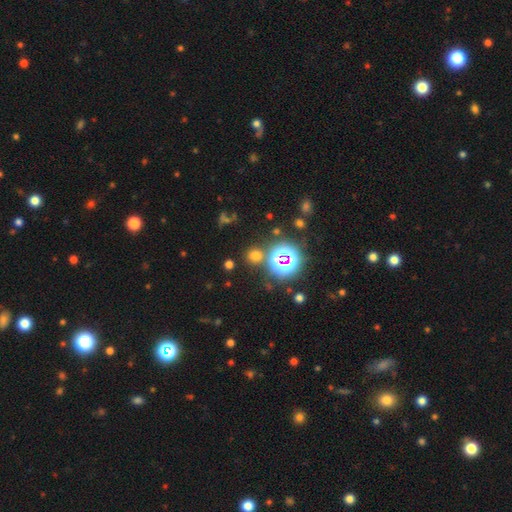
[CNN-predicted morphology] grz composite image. It shows a smooth galaxy with no disk features (60%) that is round (88%). Merging: none (82%).